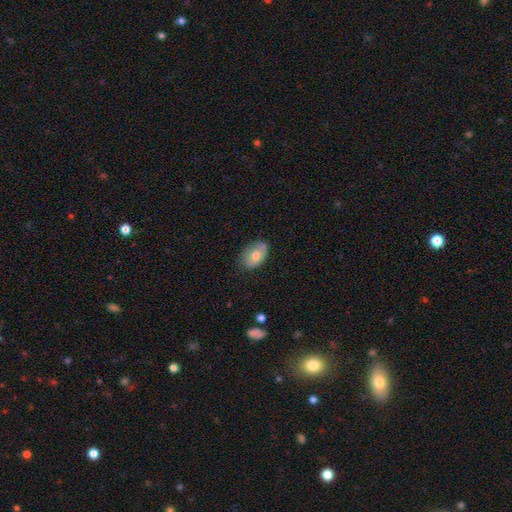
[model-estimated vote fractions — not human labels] The model was most divided on "smooth or featured": smooth: 67%, featured or disk: 26%, star or artifact: 7%. More confident: how rounded — in between (83%); merging — none (69%).